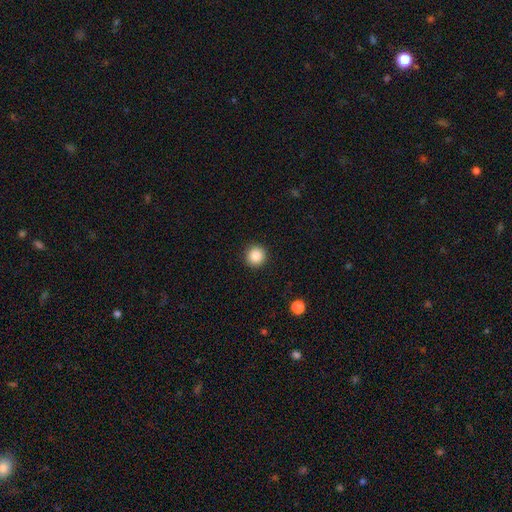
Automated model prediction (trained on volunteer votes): smooth_or_featured: smooth (p=0.87) [alt: star or artifact p=0.09]
how_rounded: round (p=0.95) [alt: in between p=0.04]
merging: none (p=0.93) [alt: minor disturbance p=0.05]